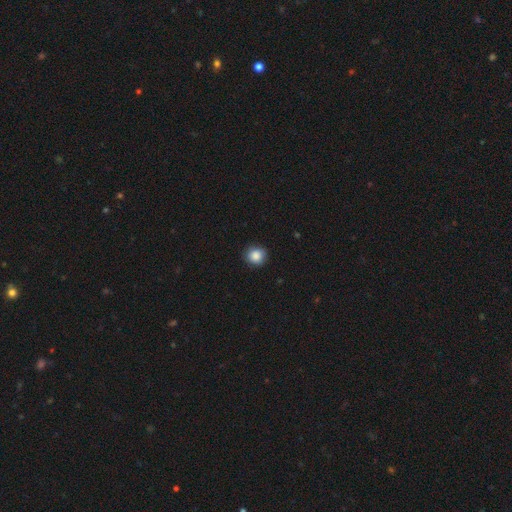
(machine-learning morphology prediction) The model was most divided on "how rounded": round: 86%, in between: 13%, cigar-shaped: 1%. More confident: merging — none (87%); smooth or featured — smooth (87%).